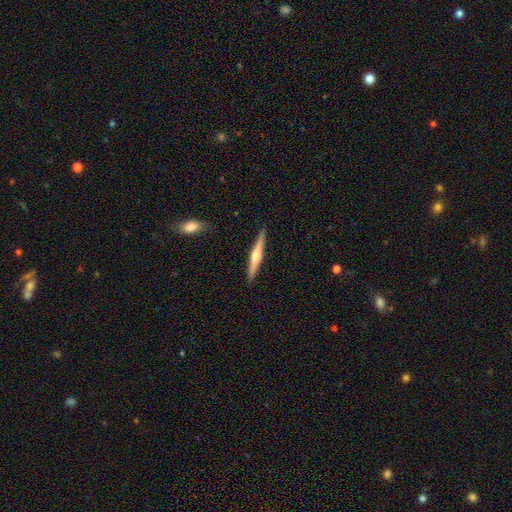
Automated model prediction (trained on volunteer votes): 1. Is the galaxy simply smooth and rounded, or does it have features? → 65% featured or disk, 29% smooth, 5% star or artifact.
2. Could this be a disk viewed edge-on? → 98% yes, 2% no.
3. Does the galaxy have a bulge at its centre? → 84% rounded, 8% none, 7% boxy.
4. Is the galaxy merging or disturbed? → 90% none, 7% minor disturbance, 1% merger, 1% major disturbance.